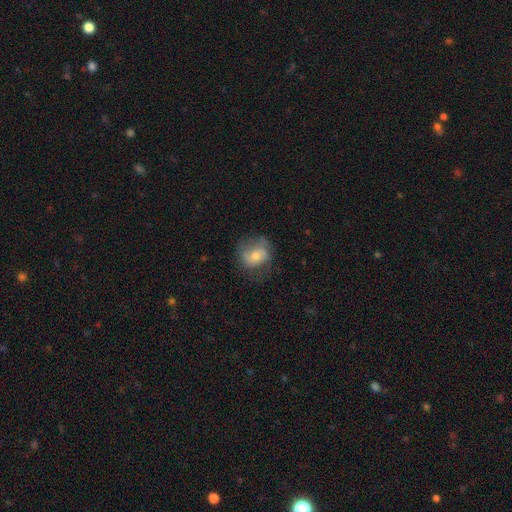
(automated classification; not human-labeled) Smooth or featured? Predicted: smooth (p=0.47). Merging? Predicted: none (p=0.62).